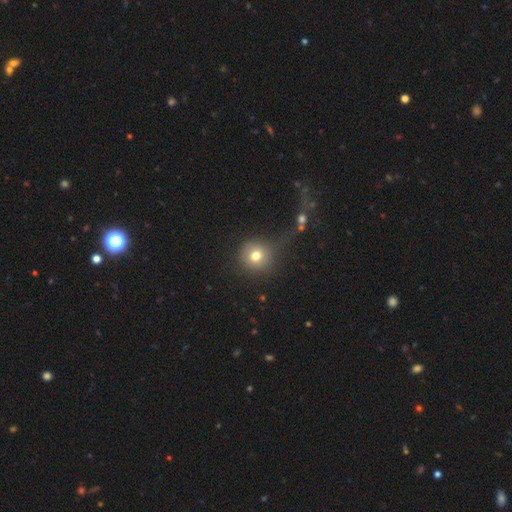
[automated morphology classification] Q: Smooth or featured?
A: smooth (76%); runner-up: star or artifact (13%)
Q: How rounded?
A: round (92%); runner-up: in between (7%)
Q: Merging?
A: none (63%); runner-up: minor disturbance (16%)